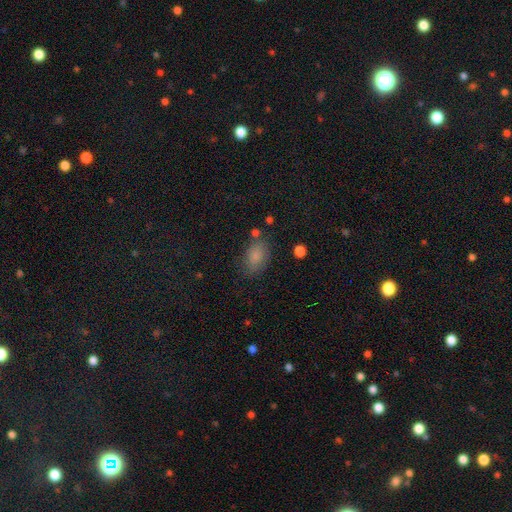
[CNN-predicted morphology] type=smooth (82%); roundness=in between (86%); merging=none (71%).